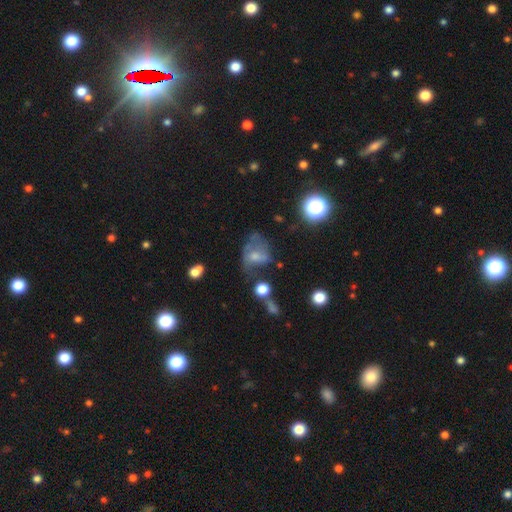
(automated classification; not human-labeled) Smooth or featured? Predicted: smooth (p=0.44). Merging? Predicted: major disturbance (p=0.40).